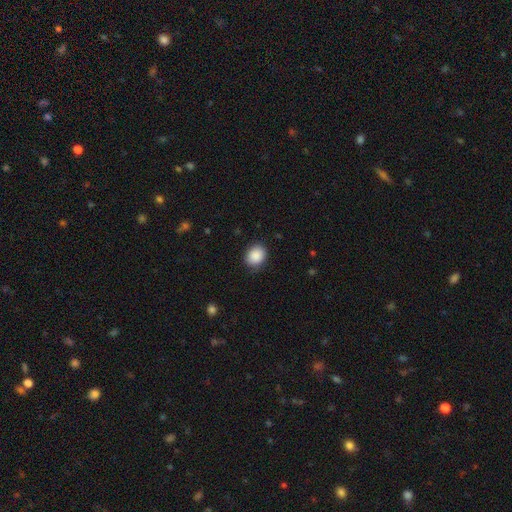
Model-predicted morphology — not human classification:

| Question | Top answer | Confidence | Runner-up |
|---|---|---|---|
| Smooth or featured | smooth | 89% | star or artifact (8%) |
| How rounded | round | 57% | in between (42%) |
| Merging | none | 85% | minor disturbance (11%) |